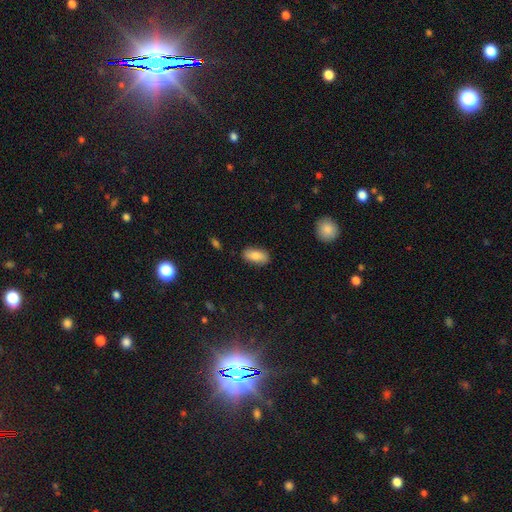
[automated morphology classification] The model was most divided on "smooth or featured": smooth: 80%, featured or disk: 13%, star or artifact: 7%. More confident: how rounded — in between (90%); merging — none (84%).